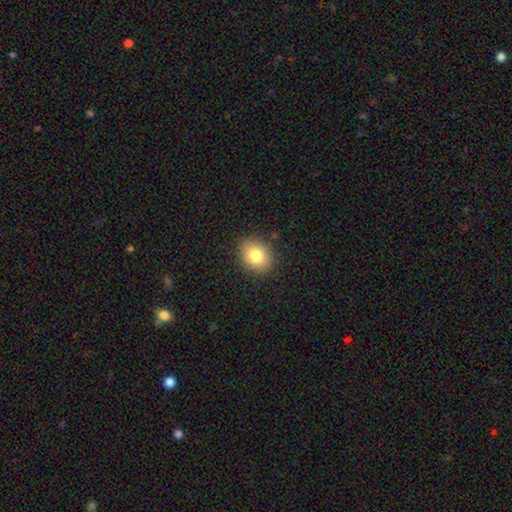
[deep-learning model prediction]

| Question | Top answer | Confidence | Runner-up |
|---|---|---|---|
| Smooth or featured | smooth | 80% | featured or disk (10%) |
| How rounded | in between | 51% | round (48%) |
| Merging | none | 86% | minor disturbance (10%) |